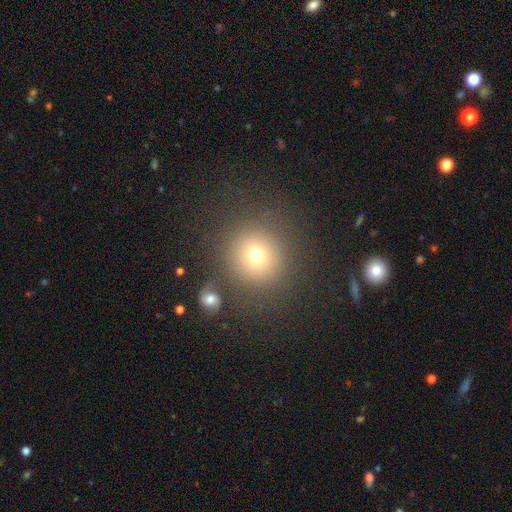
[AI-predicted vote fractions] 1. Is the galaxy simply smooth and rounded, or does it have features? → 72% smooth, 16% star or artifact, 12% featured or disk.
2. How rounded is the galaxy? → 92% round, 7% in between, 1% cigar-shaped.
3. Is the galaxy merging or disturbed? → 82% none, 8% minor disturbance, 5% merger, 5% major disturbance.